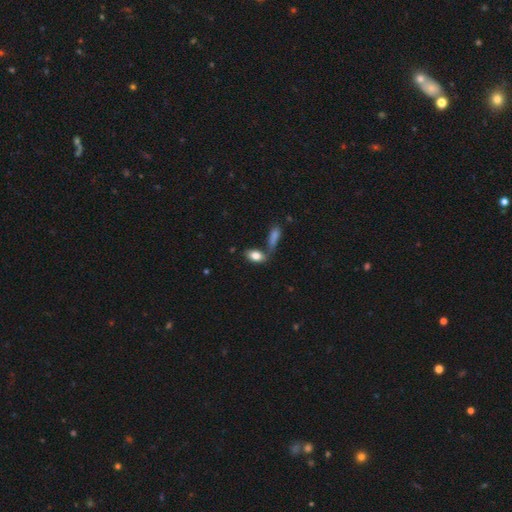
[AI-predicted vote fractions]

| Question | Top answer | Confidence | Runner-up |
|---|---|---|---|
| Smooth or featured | smooth | 81% | featured or disk (11%) |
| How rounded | in between | 88% | round (6%) |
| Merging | none | 52% | merger (29%) |